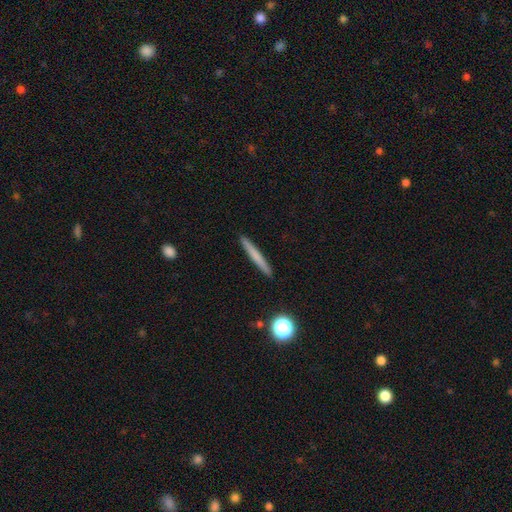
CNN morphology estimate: Q: Smooth or featured?
A: smooth (65%); runner-up: featured or disk (28%)
Q: How rounded?
A: cigar-shaped (96%); runner-up: in between (2%)
Q: Merging?
A: none (92%); runner-up: minor disturbance (6%)